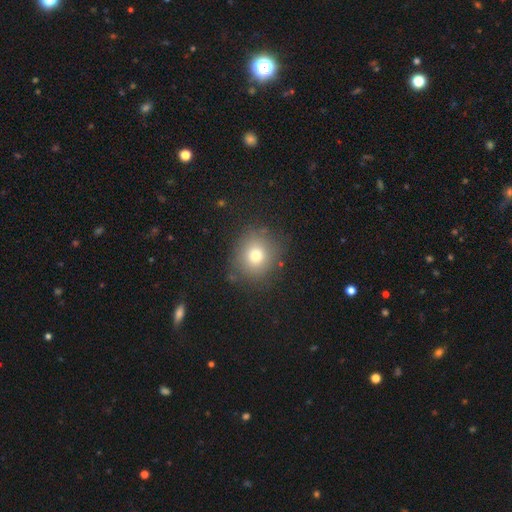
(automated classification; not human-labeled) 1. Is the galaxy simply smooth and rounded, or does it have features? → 74% smooth, 14% star or artifact, 12% featured or disk.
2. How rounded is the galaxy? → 76% round, 23% in between, 1% cigar-shaped.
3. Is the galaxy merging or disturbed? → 82% none, 11% minor disturbance, 5% major disturbance, 2% merger.